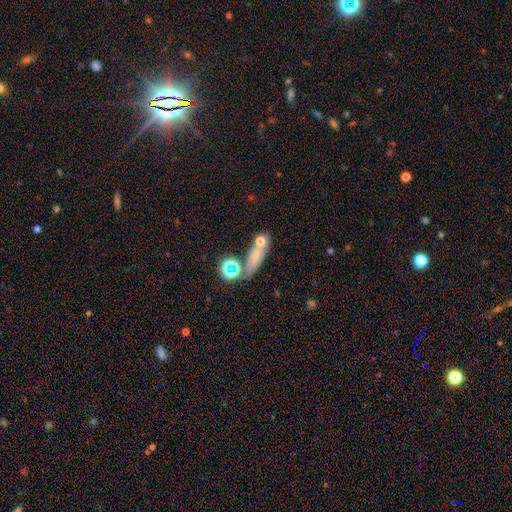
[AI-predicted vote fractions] Smooth or featured: smooth — 55% (star or artifact — 23%)
How rounded: in between — 40% (cigar-shaped — 39%)
Merging: none — 54% (merger — 24%)